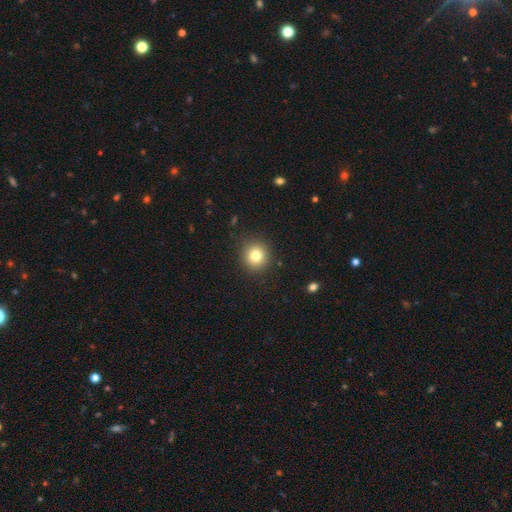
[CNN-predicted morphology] A smooth galaxy with no disk features (80%) that is round (91%). Merging: none (89%).